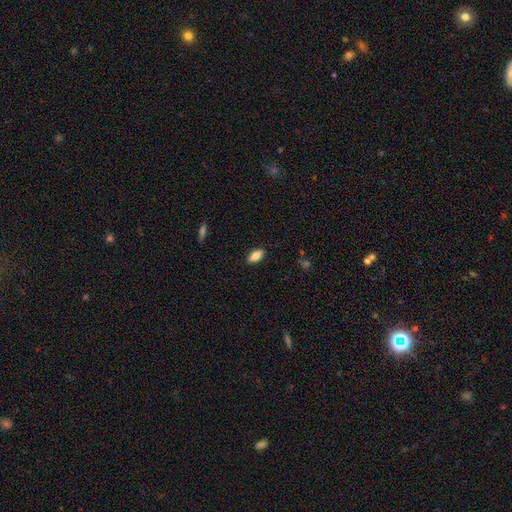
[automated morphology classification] Smooth or featured: smooth — 77% (featured or disk — 15%)
How rounded: in between — 85% (cigar-shaped — 13%)
Merging: none — 87% (minor disturbance — 9%)